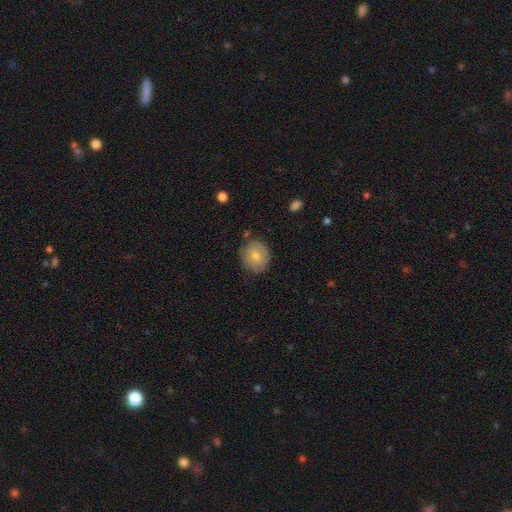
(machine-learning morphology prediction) Overall: smooth (68%). How rounded: round (73%). Merging: none (76%).